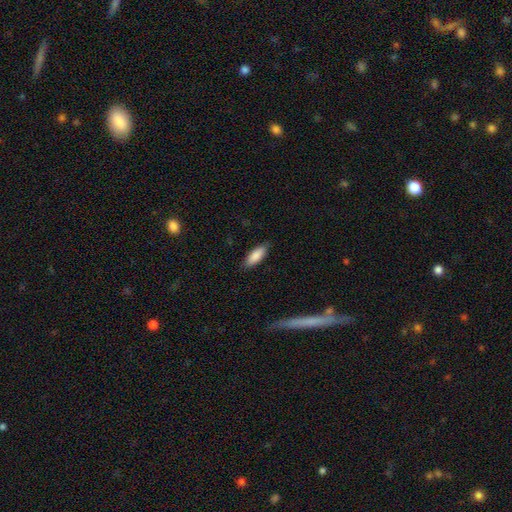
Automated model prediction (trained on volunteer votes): Smooth or featured?
  - smooth: 87% *
  - featured or disk: 7%
  - star or artifact: 6%
How rounded?
  - in between: 70% *
  - cigar-shaped: 29%
  - round: 2%
Merging?
  - none: 85% *
  - minor disturbance: 11%
  - major disturbance: 2%
  - merger: 1%